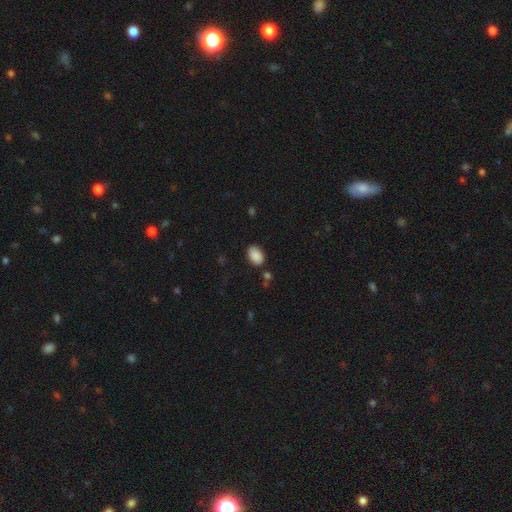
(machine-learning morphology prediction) This appears to be a smooth galaxy with no disk features (89%) that is in between round and cigar-shaped (86%). Merging: none (81%).